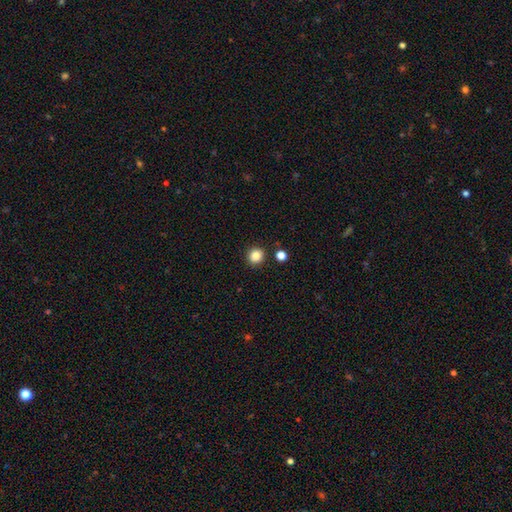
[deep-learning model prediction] This appears to be a smooth galaxy with no disk features (86%) that is round (88%). Merging: none (89%).